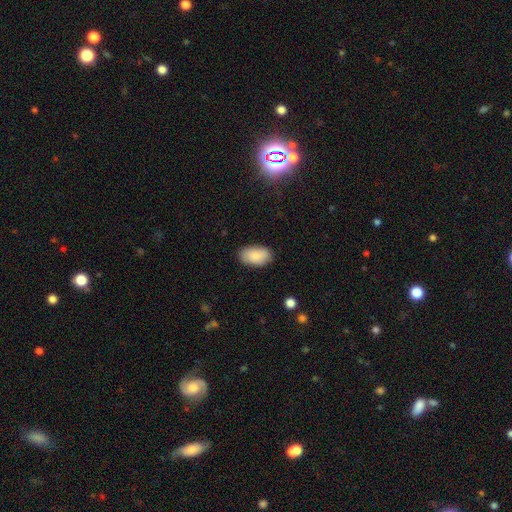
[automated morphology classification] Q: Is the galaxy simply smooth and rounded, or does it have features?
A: smooth — 89%.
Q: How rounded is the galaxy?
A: in between — 94%.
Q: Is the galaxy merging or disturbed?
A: none — 85%.